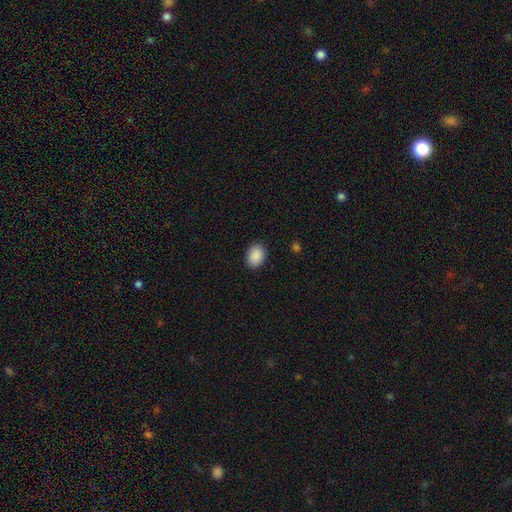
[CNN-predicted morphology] Q: Smooth or featured?
A: smooth (90%); runner-up: star or artifact (7%)
Q: How rounded?
A: in between (72%); runner-up: round (27%)
Q: Merging?
A: none (89%); runner-up: minor disturbance (8%)